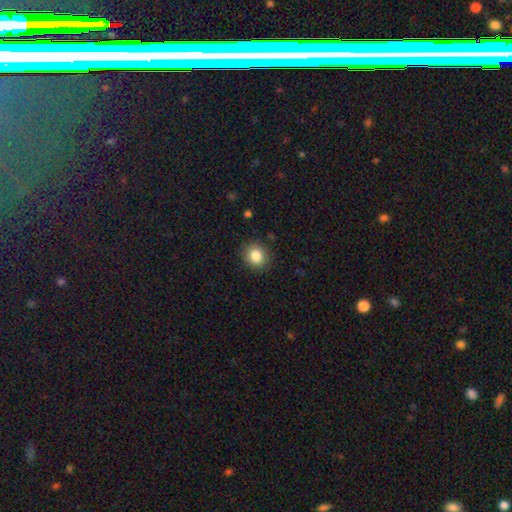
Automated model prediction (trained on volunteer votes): Smooth or featured?
  - smooth: 84% *
  - star or artifact: 10%
  - featured or disk: 6%
How rounded?
  - round: 75% *
  - in between: 24%
  - cigar-shaped: 1%
Merging?
  - none: 89% *
  - minor disturbance: 8%
  - major disturbance: 2%
  - merger: 1%